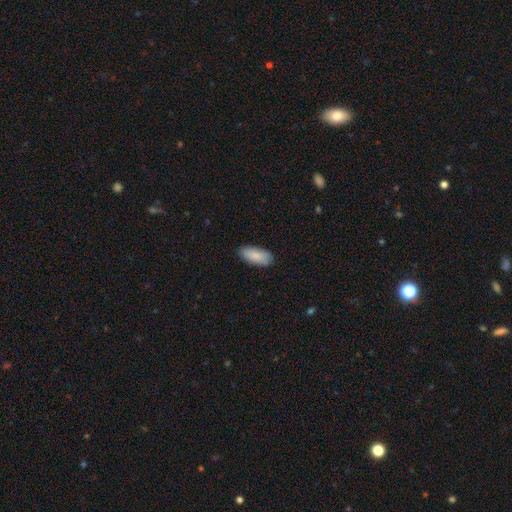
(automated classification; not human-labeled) Smooth or featured? smooth (88%)
How rounded? in between (85%)
Merging? none (85%)